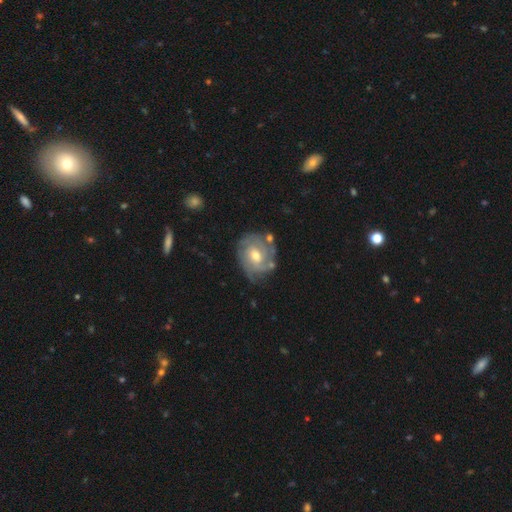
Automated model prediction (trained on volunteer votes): Overall: featured or disk (78%). Edge-on disk: no (97%). Bar: no (51%; weak 42%). Spiral arms: yes (89%). Spiral arm count: can't tell (38%; 2 25%). Spiral winding: tight (66%; medium 26%). Bulge size: moderate (68%). Merging: none (67%).